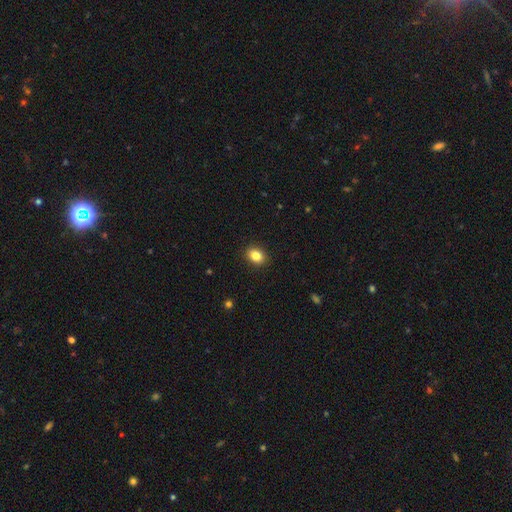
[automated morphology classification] This is clearly a smooth galaxy (84%). How rounded: likely in between (61%). Merging: clearly none (90%).